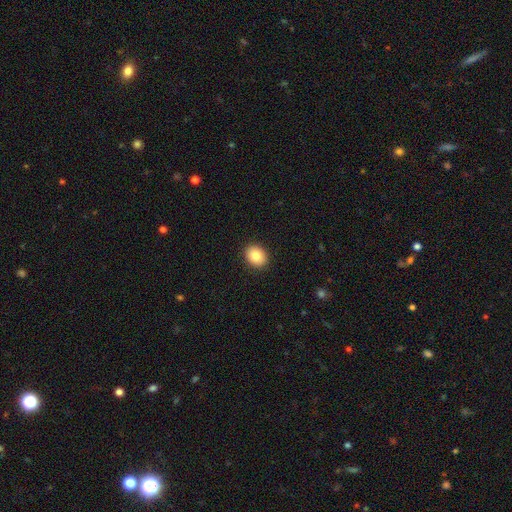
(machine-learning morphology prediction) A smooth galaxy with no disk features (84%) that is round (53%). Merging: none (91%).